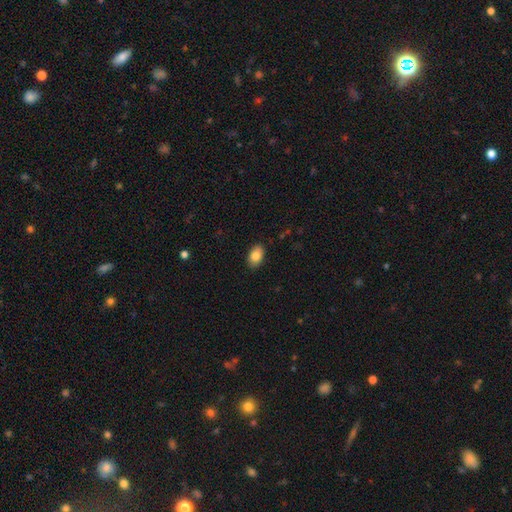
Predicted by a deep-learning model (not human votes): A smooth galaxy with no disk features (84%) that is in between round and cigar-shaped (91%).

Vote fractions:
- Smooth or featured? smooth: 84% / featured or disk: 9% / star or artifact: 7%
- How rounded? in between: 91% / round: 8% / cigar-shaped: 1%
- Merging? none: 88% / minor disturbance: 9% / major disturbance: 2% / merger: 1%